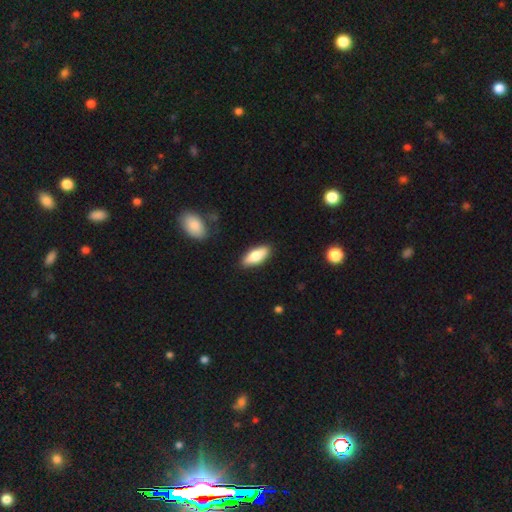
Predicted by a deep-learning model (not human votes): Smooth or featured: smooth — 74% (featured or disk — 20%)
How rounded: in between — 75% (cigar-shaped — 23%)
Merging: none — 87% (minor disturbance — 9%)